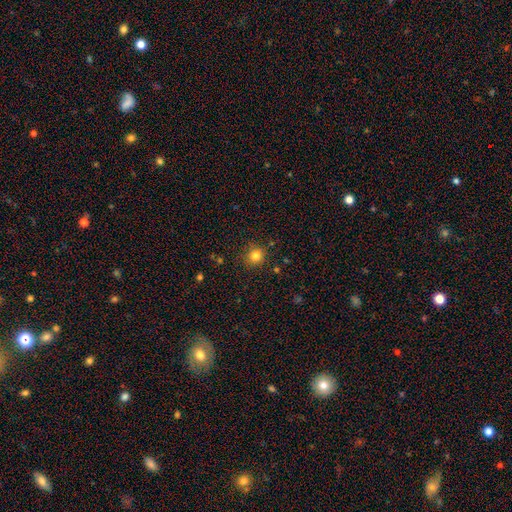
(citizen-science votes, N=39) Morphology: type=smooth (87%); roundness=round (79%); merging=none (92%).